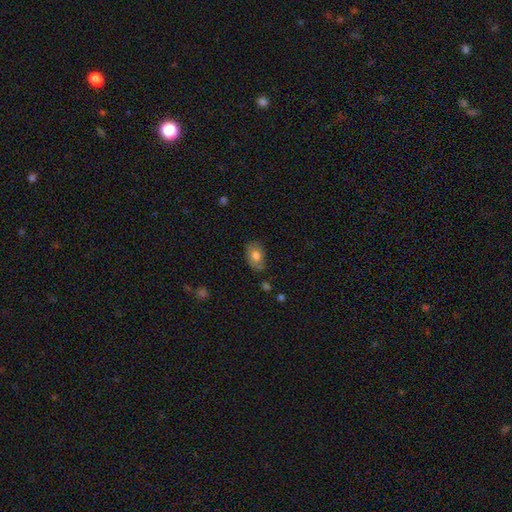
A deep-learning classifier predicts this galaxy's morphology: Overall: smooth (75%). How rounded: in between (84%). Merging: none (69%).